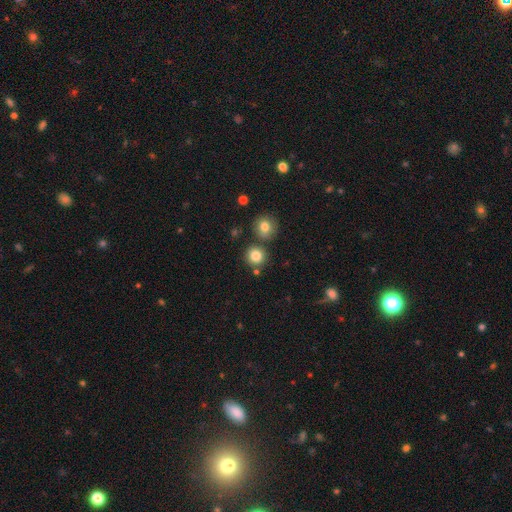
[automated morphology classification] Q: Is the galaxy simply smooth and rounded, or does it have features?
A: smooth — 83%.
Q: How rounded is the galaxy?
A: round — 92%.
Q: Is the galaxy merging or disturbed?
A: none — 78%.